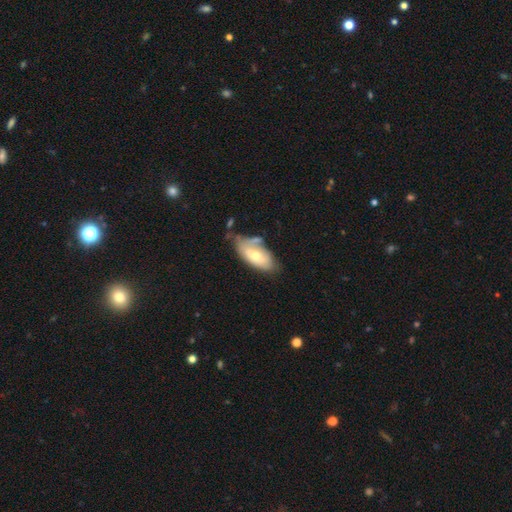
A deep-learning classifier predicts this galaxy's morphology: Smooth or featured: smooth — 60% (featured or disk — 34%)
How rounded: in between — 91% (cigar-shaped — 7%)
Merging: none — 43% (minor disturbance — 29%)